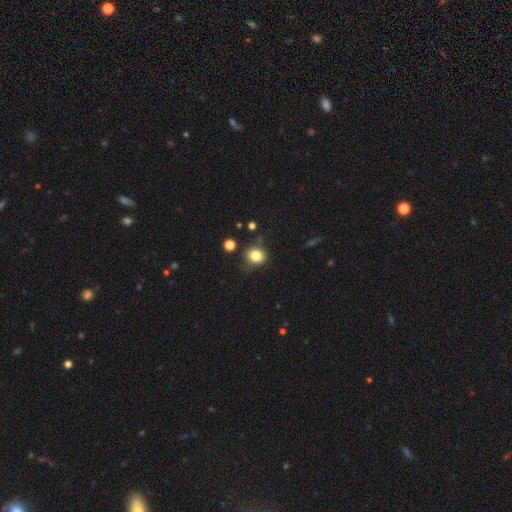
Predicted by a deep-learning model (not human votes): A smooth galaxy with no disk features (82%) that is round (71%).

Vote fractions:
- Smooth or featured? smooth: 82% / star or artifact: 11% / featured or disk: 7%
- How rounded? round: 71% / in between: 28% / cigar-shaped: 1%
- Merging? none: 72% / minor disturbance: 18% / major disturbance: 5% / merger: 4%